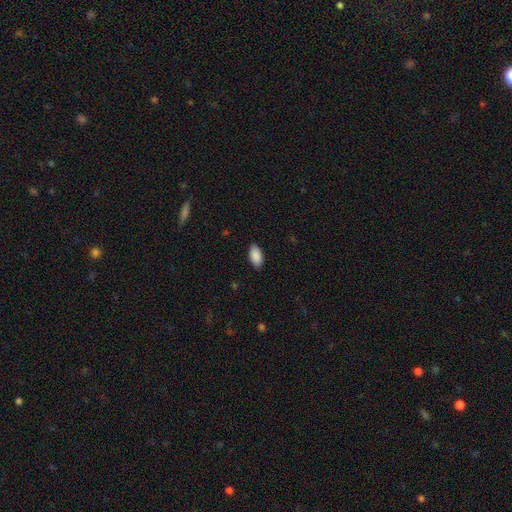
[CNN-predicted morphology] type=smooth (90%); roundness=in between (94%); merging=none (88%).